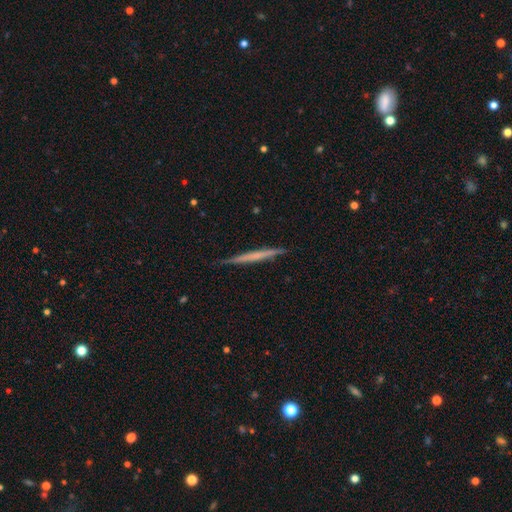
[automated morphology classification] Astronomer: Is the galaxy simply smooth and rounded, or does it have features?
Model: featured or disk — 48% (runner-up: smooth, 46%).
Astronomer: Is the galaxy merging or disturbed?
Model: none — 87%.